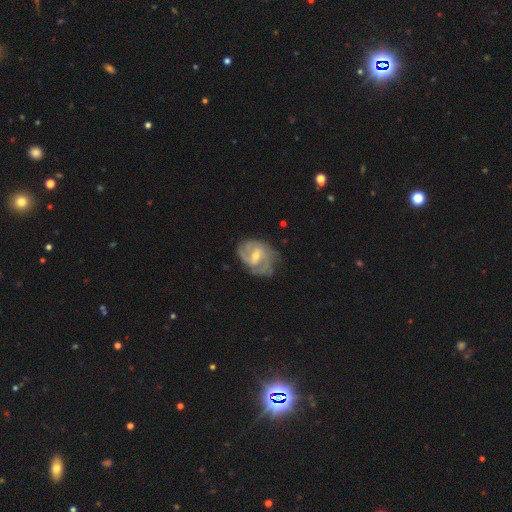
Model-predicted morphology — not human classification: Smooth or featured?
  - featured or disk: 86% *
  - smooth: 9%
  - star or artifact: 5%
Edge-on disk?
  - no: 98% *
  - yes: 2%
Bar?
  - weak: 53% *
  - no: 32%
  - strong: 15%
Spiral arms?
  - yes: 95% *
  - no: 5%
Spiral winding?
  - medium: 46% *
  - tight: 40%
  - loose: 14%
Spiral arm count?
  - 2: 37% *
  - 3: 29%
  - can't tell: 18%
  - 4: 7%
  - 1: 4%
  - more than 4: 4%
Bulge size?
  - small: 49% *
  - moderate: 47%
  - large: 1%
  - none: 1%
  - dominant: 1%
Merging?
  - none: 65% *
  - minor disturbance: 24%
  - major disturbance: 10%
  - merger: 2%